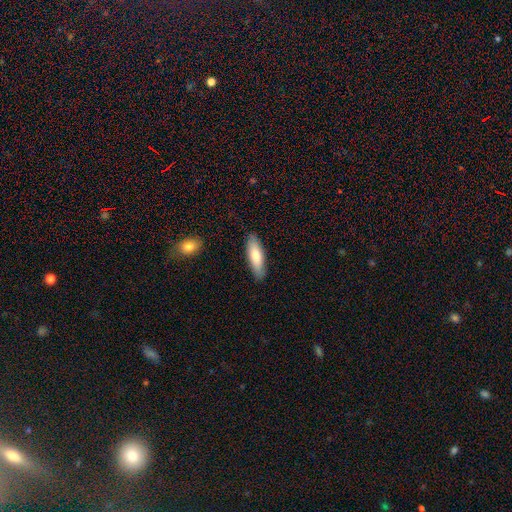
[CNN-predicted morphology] Smooth or featured?
  - smooth: 75% *
  - featured or disk: 19%
  - star or artifact: 5%
How rounded?
  - in between: 51% *
  - cigar-shaped: 48%
  - round: 2%
Merging?
  - none: 87% *
  - minor disturbance: 10%
  - major disturbance: 2%
  - merger: 1%